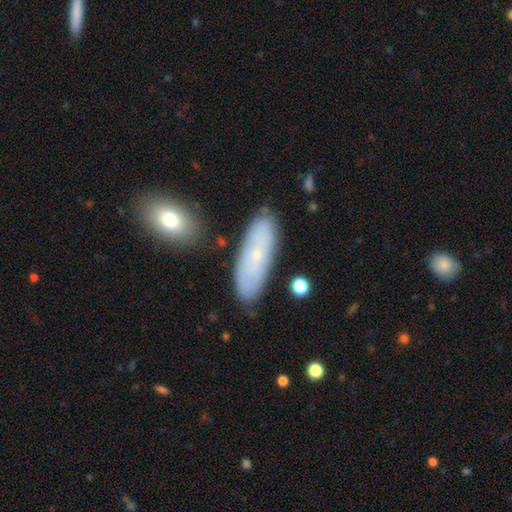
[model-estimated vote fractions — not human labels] A smooth galaxy with no disk features (52%) that is in between round and cigar-shaped (64%).

Vote fractions:
- Smooth or featured? smooth: 52% / featured or disk: 40% / star or artifact: 8%
- How rounded? in between: 64% / cigar-shaped: 33% / round: 3%
- Merging? none: 80% / minor disturbance: 14% / merger: 3% / major disturbance: 3%